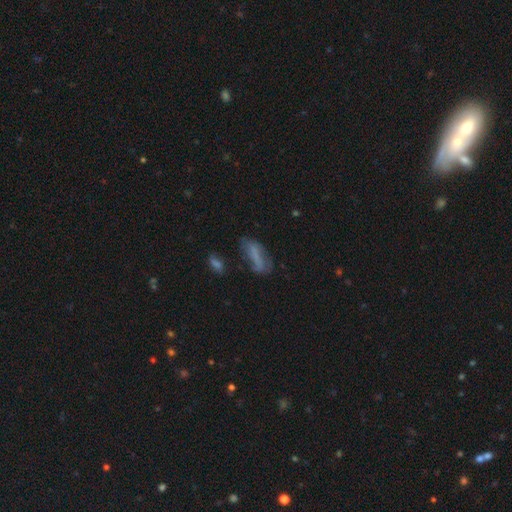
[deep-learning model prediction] Smooth or featured: smooth — 56% (featured or disk — 32%)
How rounded: in between — 55% (cigar-shaped — 42%)
Merging: none — 48% (minor disturbance — 27%)